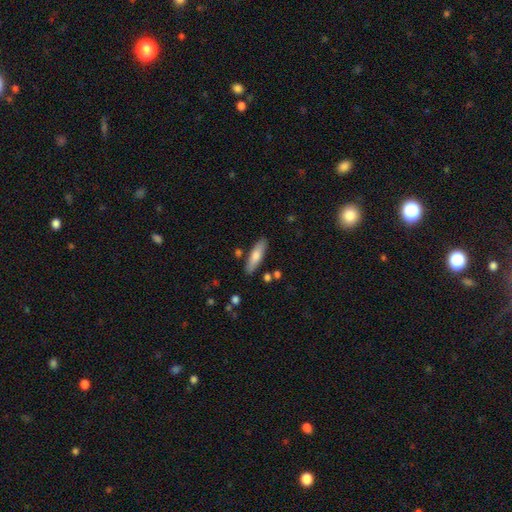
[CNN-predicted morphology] type=smooth (70%); roundness=cigar-shaped (58%); merging=none (84%).